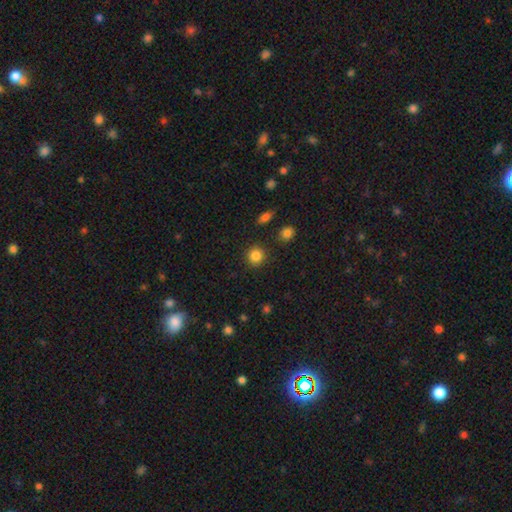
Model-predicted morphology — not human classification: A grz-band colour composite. It shows a smooth galaxy with no disk features (85%) that is round (92%). Merging: none (89%).